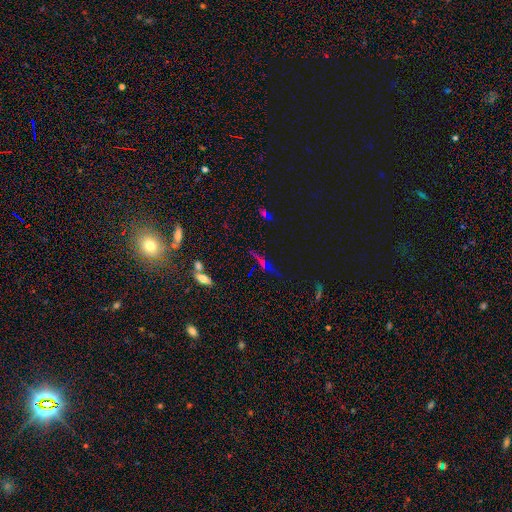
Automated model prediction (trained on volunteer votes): Smooth or featured? featured or disk (39%)
Merging? none (73%)